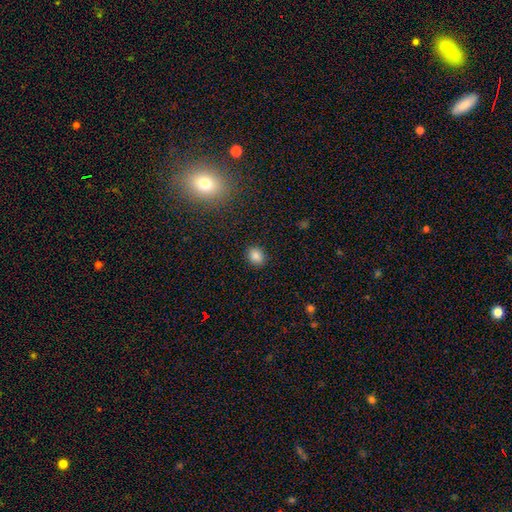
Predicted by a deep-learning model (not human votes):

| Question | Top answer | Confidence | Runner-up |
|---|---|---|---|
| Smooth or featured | smooth | 85% | star or artifact (11%) |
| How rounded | round | 54% | in between (45%) |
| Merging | none | 88% | minor disturbance (8%) |